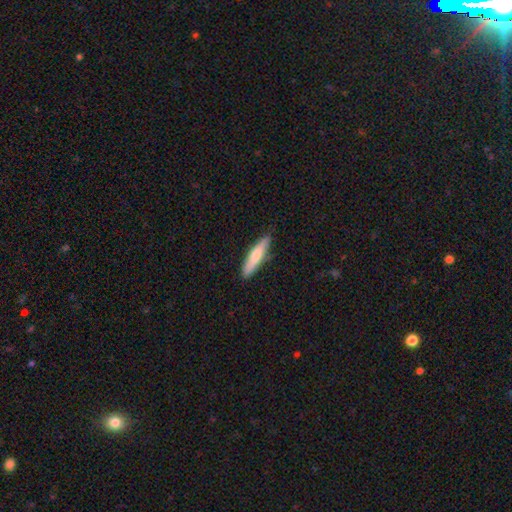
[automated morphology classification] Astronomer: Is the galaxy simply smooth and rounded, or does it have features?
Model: smooth — 74%.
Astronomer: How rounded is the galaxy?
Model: cigar-shaped — 80%.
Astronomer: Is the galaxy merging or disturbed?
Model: none — 83%.